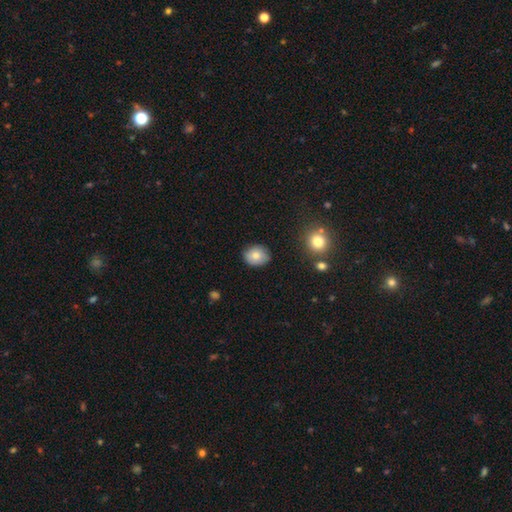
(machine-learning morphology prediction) A smooth galaxy with no disk features (80%) that is round (66%).

Vote fractions:
- Smooth or featured? smooth: 80% / featured or disk: 11% / star or artifact: 9%
- How rounded? round: 66% / in between: 34% / cigar-shaped: 1%
- Merging? none: 84% / minor disturbance: 12% / major disturbance: 3% / merger: 2%